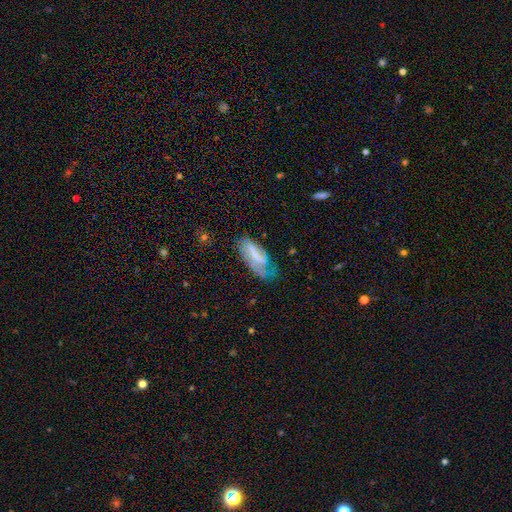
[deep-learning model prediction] This appears to be a featured or disk galaxy (52%). Merging: none (41%).